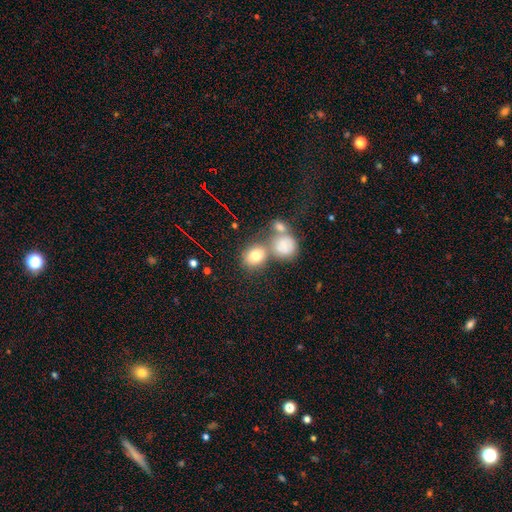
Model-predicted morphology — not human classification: This is likely a smooth galaxy (73%). How rounded: likely round (66%). Merging: possibly none (54%).